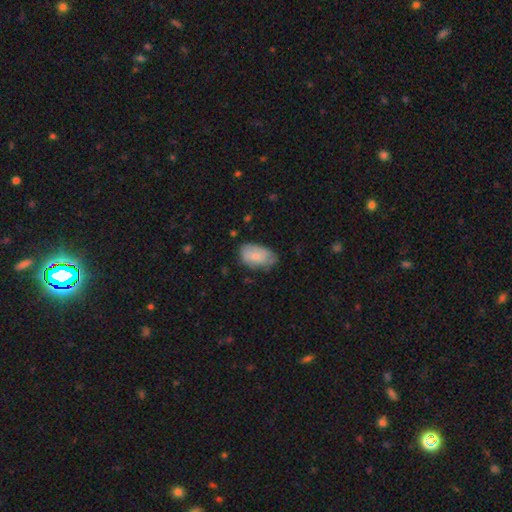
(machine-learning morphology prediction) Overall: smooth (74%). How rounded: in between (93%). Merging: none (54%; minor disturbance 36%).